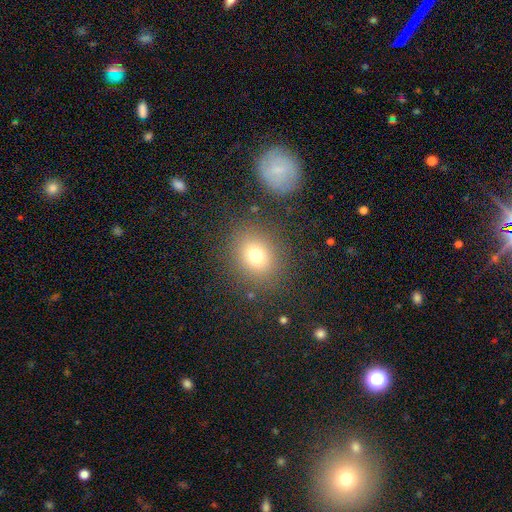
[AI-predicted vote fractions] This is likely a smooth galaxy (76%). How rounded: likely round (68%). Merging: clearly none (83%).